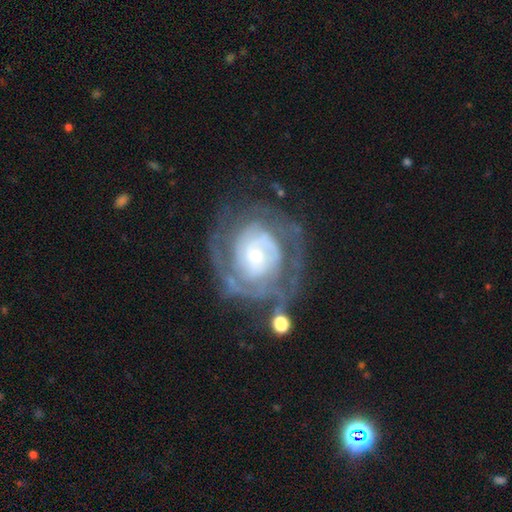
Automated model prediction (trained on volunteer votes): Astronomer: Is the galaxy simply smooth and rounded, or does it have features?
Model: featured or disk — 85%.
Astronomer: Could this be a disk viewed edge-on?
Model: no — 97%.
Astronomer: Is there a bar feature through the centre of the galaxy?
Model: no — 69%.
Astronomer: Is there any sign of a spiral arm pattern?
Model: yes — 92%.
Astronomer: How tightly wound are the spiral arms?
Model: tight — 68%.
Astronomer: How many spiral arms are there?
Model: can't tell — 35% (runner-up: 2, 27%).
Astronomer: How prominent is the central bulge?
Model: small — 67%.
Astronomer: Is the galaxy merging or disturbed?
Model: none — 60%.